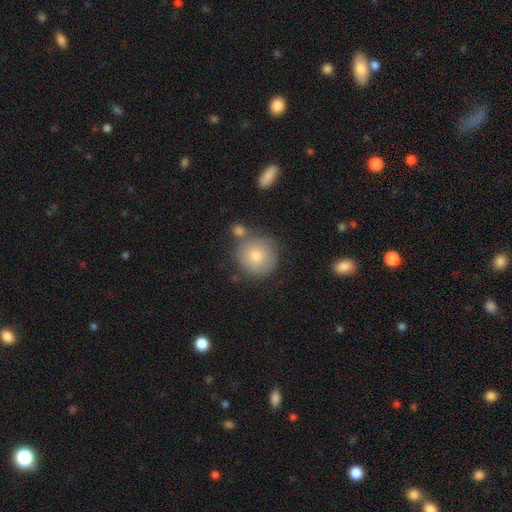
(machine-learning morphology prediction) Smooth or featured? Predicted: smooth (p=0.75). How rounded? Predicted: round (p=0.93). Merging? Predicted: none (p=0.72).